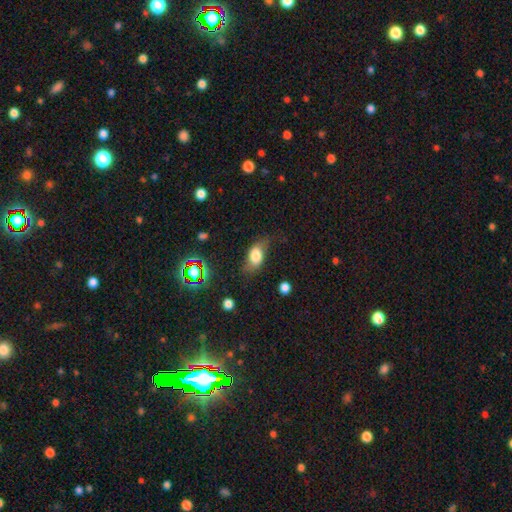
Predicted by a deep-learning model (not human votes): Smooth or featured? smooth (69%)
How rounded? in between (82%)
Merging? none (65%)